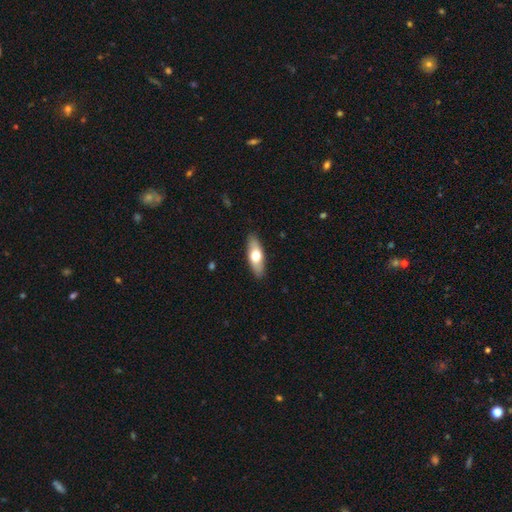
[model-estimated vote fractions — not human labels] smooth_or_featured: smooth (p=0.61) [alt: featured or disk p=0.34]
how_rounded: in between (p=0.67) [alt: cigar-shaped p=0.30]
merging: none (p=0.89) [alt: minor disturbance p=0.08]